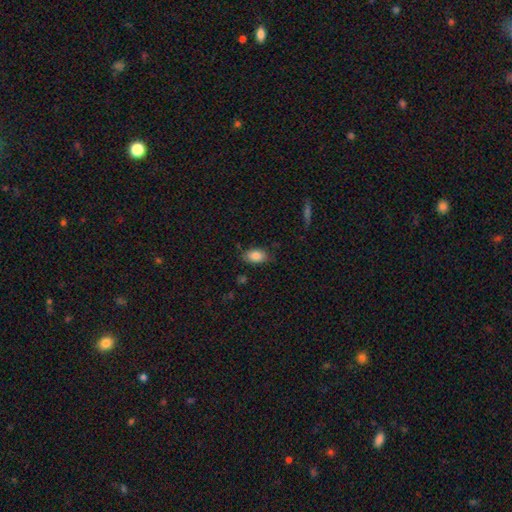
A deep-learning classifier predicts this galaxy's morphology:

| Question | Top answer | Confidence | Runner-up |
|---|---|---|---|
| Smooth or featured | smooth | 85% | star or artifact (8%) |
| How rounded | in between | 91% | round (7%) |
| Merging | none | 81% | minor disturbance (15%) |